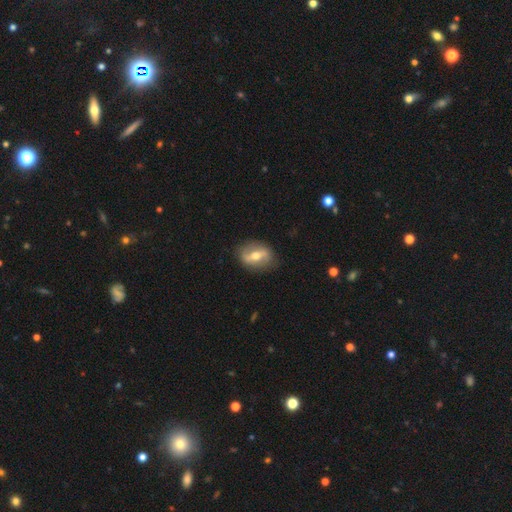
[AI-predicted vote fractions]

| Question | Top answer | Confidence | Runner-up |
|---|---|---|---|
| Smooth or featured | featured or disk | 65% | smooth (29%) |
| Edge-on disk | no | 88% | yes (12%) |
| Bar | strong | 57% | weak (29%) |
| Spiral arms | yes | 54% | no (46%) |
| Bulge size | moderate | 73% | small (16%) |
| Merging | none | 83% | minor disturbance (12%) |